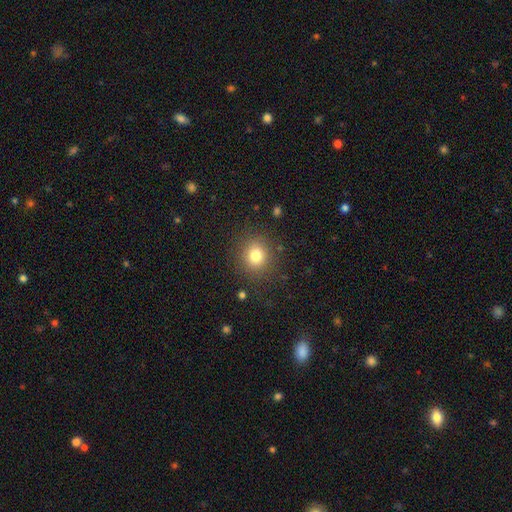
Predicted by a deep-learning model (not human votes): smooth_or_featured: smooth (p=0.80) [alt: star or artifact p=0.13]
how_rounded: round (p=0.86) [alt: in between p=0.13]
merging: none (p=0.86) [alt: minor disturbance p=0.08]